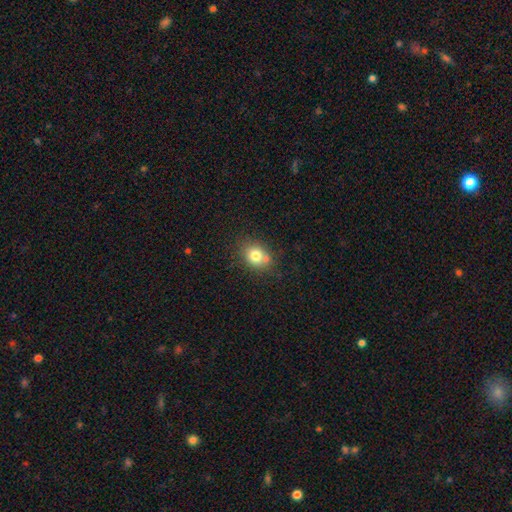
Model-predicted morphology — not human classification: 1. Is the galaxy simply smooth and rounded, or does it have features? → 77% smooth, 12% featured or disk, 11% star or artifact.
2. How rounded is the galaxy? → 59% round, 40% in between, 1% cigar-shaped.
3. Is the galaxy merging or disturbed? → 67% none, 17% minor disturbance, 12% merger, 4% major disturbance.